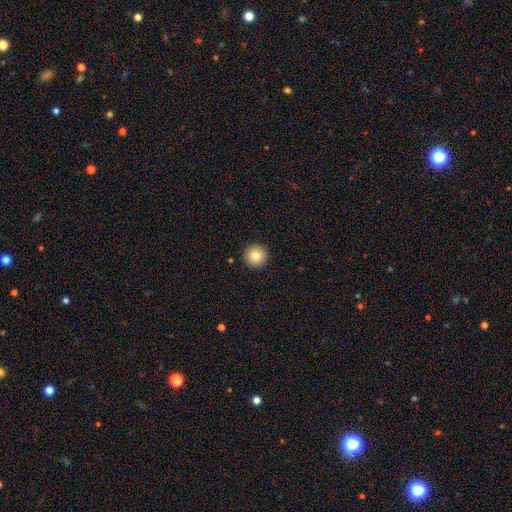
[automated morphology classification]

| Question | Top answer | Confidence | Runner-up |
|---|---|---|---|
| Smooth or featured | smooth | 80% | featured or disk (10%) |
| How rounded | round | 96% | in between (3%) |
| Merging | none | 93% | minor disturbance (5%) |